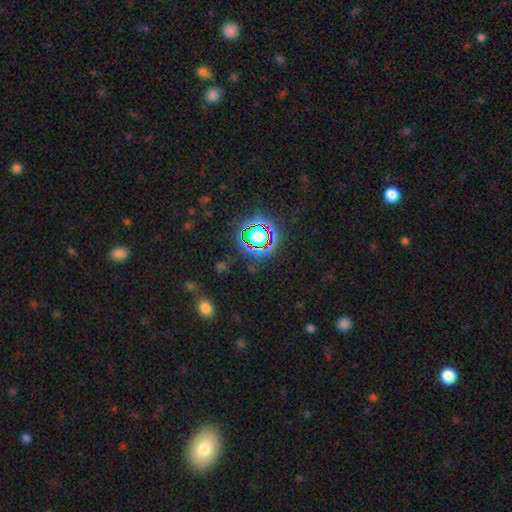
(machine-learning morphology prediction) smooth-or-featured: star or artifact: 76% | smooth: 15% | featured or disk: 9%